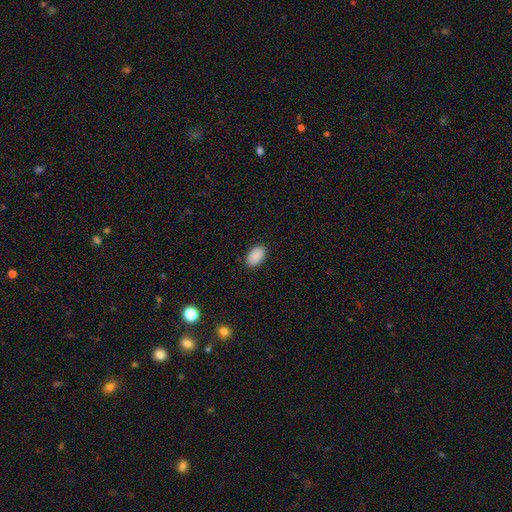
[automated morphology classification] Q: Smooth or featured?
A: smooth (91%); runner-up: star or artifact (7%)
Q: How rounded?
A: in between (94%); runner-up: round (4%)
Q: Merging?
A: none (89%); runner-up: minor disturbance (8%)